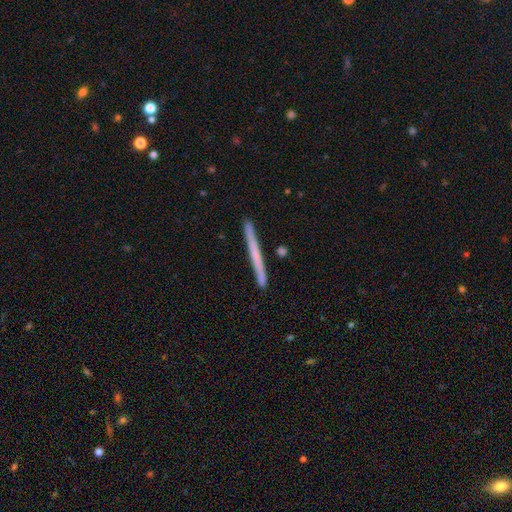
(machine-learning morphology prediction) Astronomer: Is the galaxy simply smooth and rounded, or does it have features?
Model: smooth — 50% (runner-up: featured or disk, 44%).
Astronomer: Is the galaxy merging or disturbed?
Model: none — 91%.